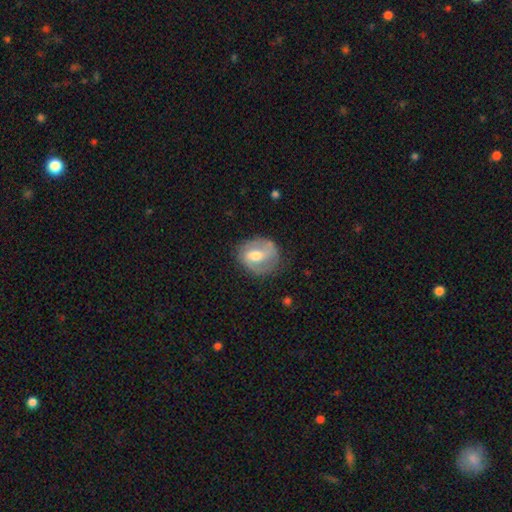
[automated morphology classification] Q: Smooth or featured?
A: featured or disk (64%); runner-up: smooth (30%)
Q: Edge-on disk?
A: no (97%); runner-up: yes (3%)
Q: Bar?
A: weak (48%); runner-up: no (27%)
Q: Spiral arms?
A: yes (79%); runner-up: no (21%)
Q: Bulge size?
A: moderate (72%); runner-up: small (17%)
Q: Merging?
A: none (72%); runner-up: minor disturbance (19%)